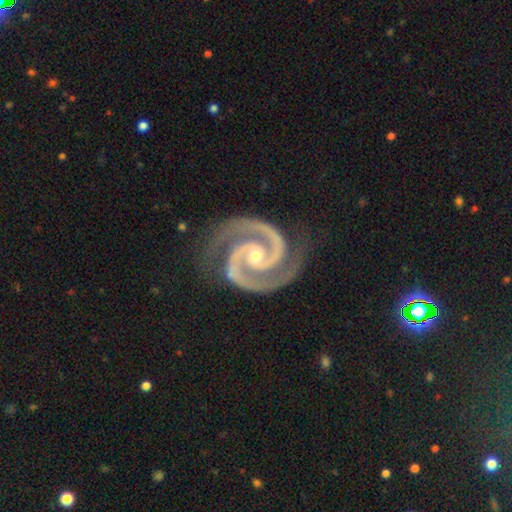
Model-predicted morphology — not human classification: Overall: featured or disk (95%). Edge-on disk: no (98%). Bar: no (60%; weak 25%). Spiral arms: yes (99%). Spiral arm count: 2 (94%). Spiral winding: tight (61%; medium 36%). Bulge size: small (56%; moderate 41%). Merging: none (82%).